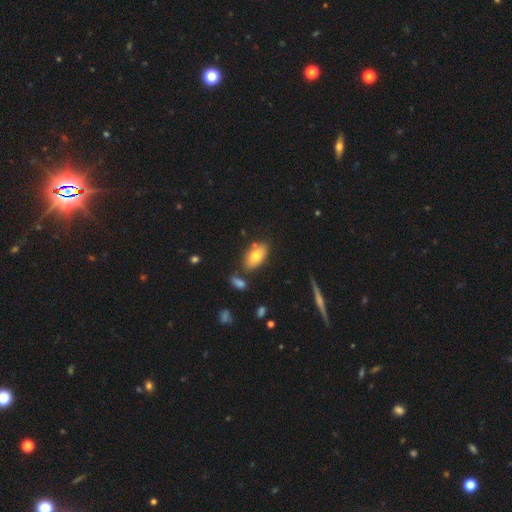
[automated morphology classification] This appears to be a smooth galaxy with no disk features (75%) that is in between round and cigar-shaped (92%). Merging: none (72%).